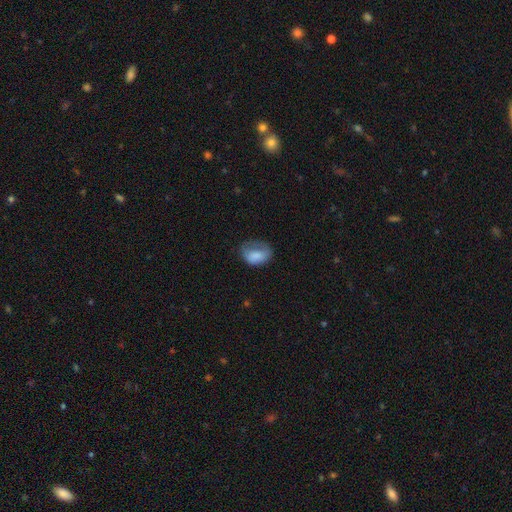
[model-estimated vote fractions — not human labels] Smooth or featured: smooth — 74% (featured or disk — 19%)
How rounded: in between — 75% (round — 24%)
Merging: none — 34% (major disturbance — 33%)